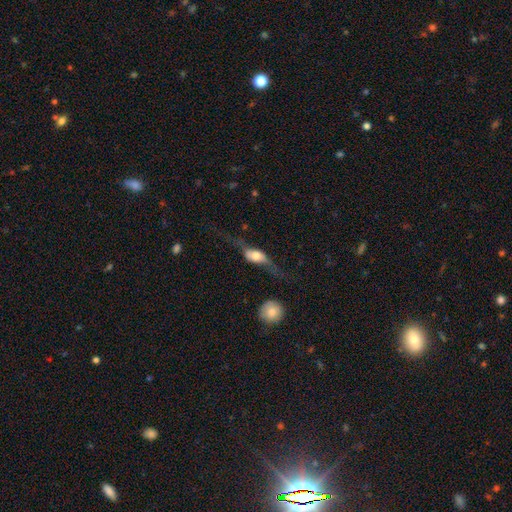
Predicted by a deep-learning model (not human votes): This appears to be a featured or disk galaxy (63%) viewed edge-on (67%). Merging: none (44%).